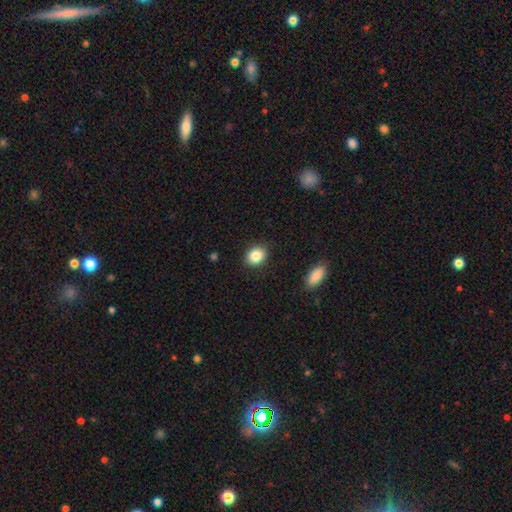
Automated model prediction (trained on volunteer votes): Overall: smooth (86%). How rounded: round (52%; in between 47%). Merging: none (89%).